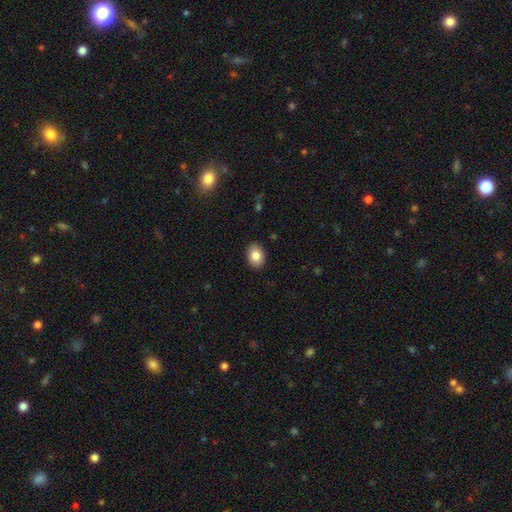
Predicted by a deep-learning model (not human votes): Overall: smooth (84%). How rounded: in between (72%). Merging: none (90%).